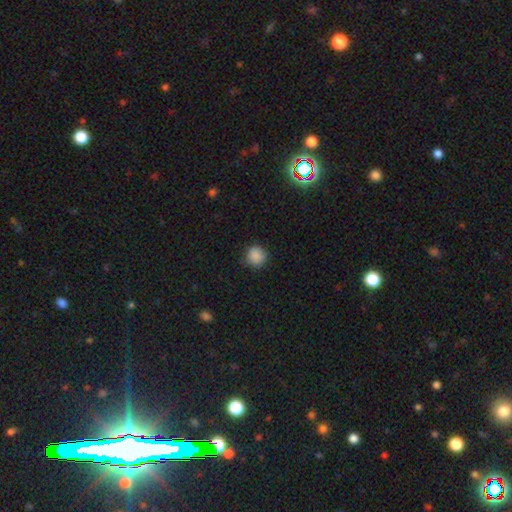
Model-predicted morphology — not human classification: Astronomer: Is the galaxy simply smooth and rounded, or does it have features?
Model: smooth — 87%.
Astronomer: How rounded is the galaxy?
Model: round — 89%.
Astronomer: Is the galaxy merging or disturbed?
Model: none — 82%.